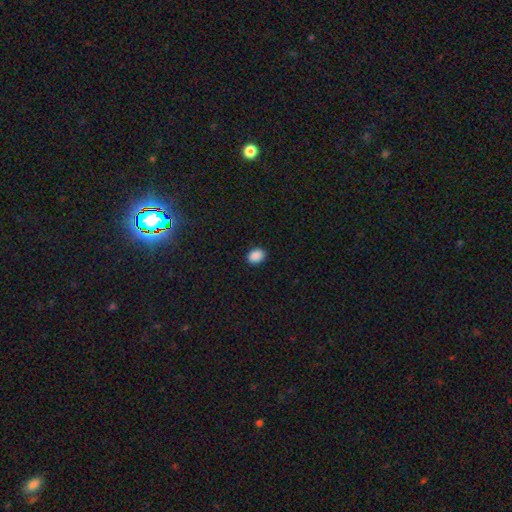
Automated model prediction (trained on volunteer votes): smooth 89%, star or artifact 8%, featured or disk 2%. Down the decision tree: how rounded — in between (65%); merging — none (89%).